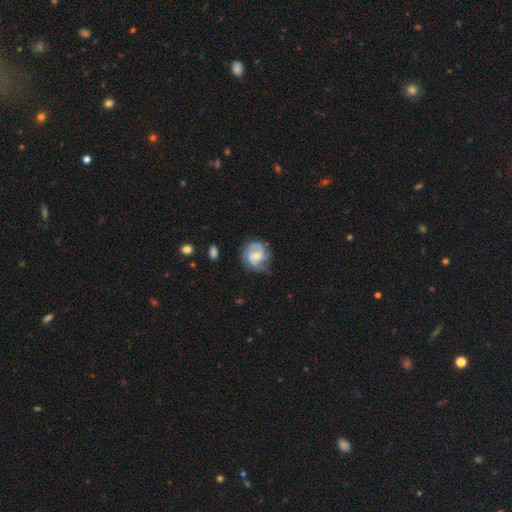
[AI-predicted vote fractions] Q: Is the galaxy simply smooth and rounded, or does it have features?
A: featured or disk — 69%.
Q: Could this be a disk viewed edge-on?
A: no — 98%.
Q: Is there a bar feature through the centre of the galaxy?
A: no — 47%.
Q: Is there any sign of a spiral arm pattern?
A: yes — 90%.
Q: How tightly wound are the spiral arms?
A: medium — 45%.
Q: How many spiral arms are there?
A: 2 — 67%.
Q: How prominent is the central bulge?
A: moderate — 51%.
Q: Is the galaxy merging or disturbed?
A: none — 64%.